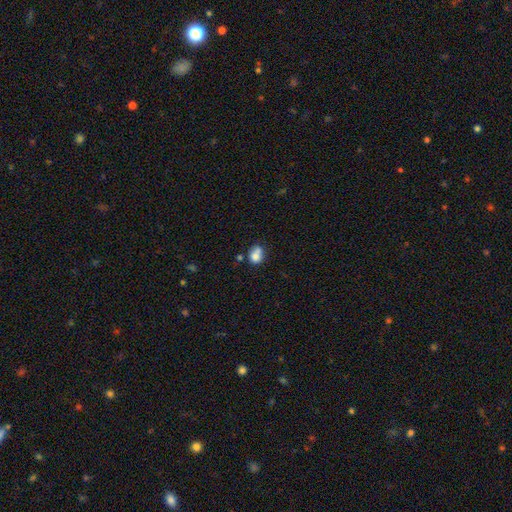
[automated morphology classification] A smooth galaxy with no disk features (77%) that is round (54%). Merging: none (39%).